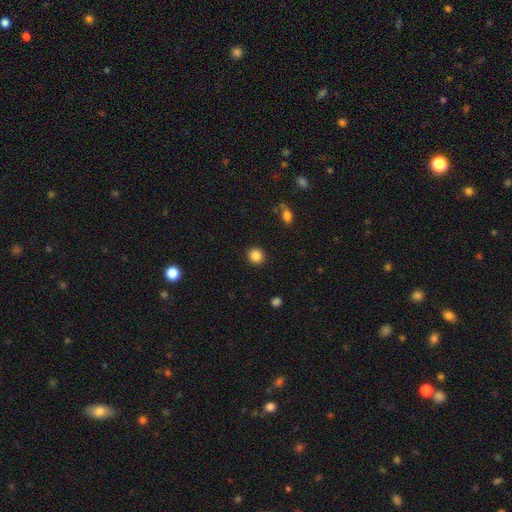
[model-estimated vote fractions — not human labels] Smooth or featured? smooth (86%)
How rounded? round (86%)
Merging? none (91%)